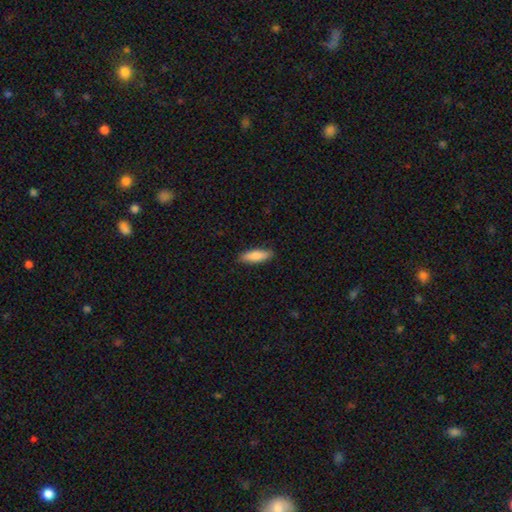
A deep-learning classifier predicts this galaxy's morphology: Smooth or featured? smooth (85%)
How rounded? in between (53%)
Merging? none (88%)